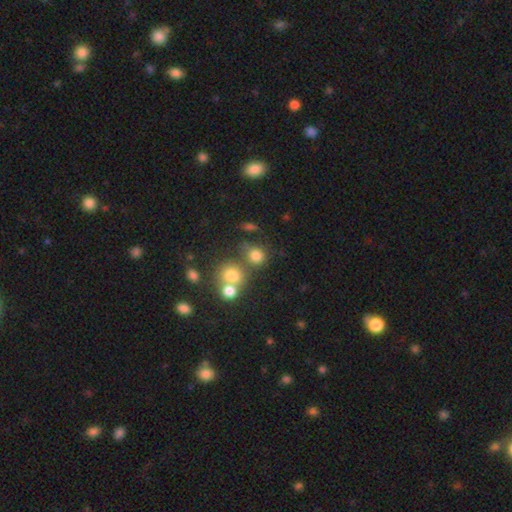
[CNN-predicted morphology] A smooth galaxy with no disk features (76%) that is round (82%). Merging: none (53%).